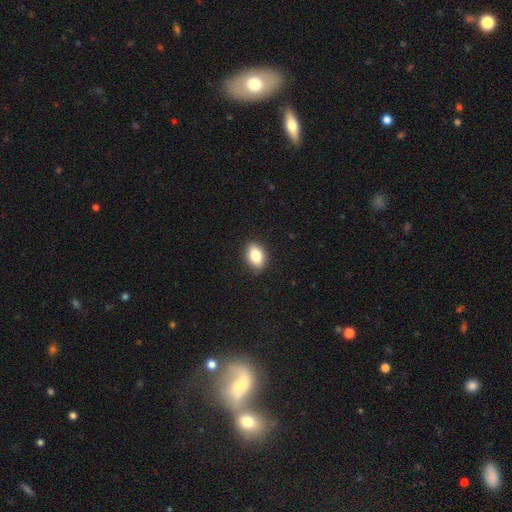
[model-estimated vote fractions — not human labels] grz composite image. It shows a smooth galaxy with no disk features (83%) that is in between round and cigar-shaped (79%). Merging: none (87%).